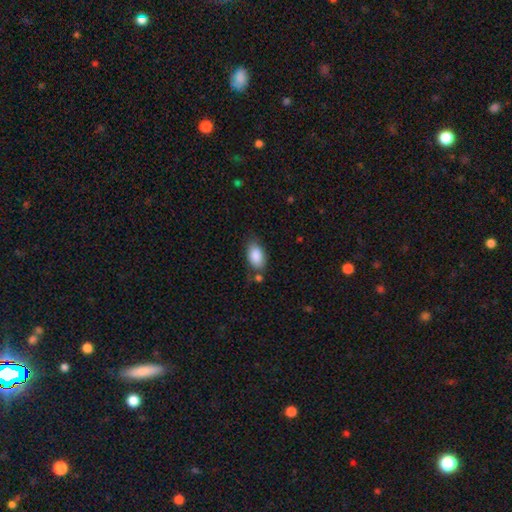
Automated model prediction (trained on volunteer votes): The model was most divided on "merging": none: 68%, minor disturbance: 19%, merger: 8%, major disturbance: 6%. More confident: how rounded — in between (93%); smooth or featured — smooth (88%).